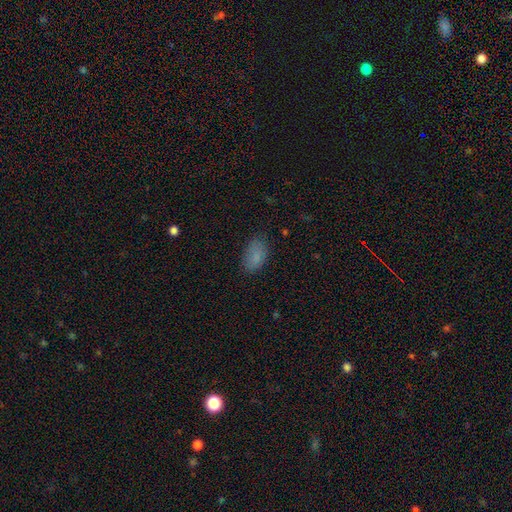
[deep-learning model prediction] smooth 83%, star or artifact 9%, featured or disk 8%. Down the decision tree: how rounded — in between (92%); merging — none (75%).